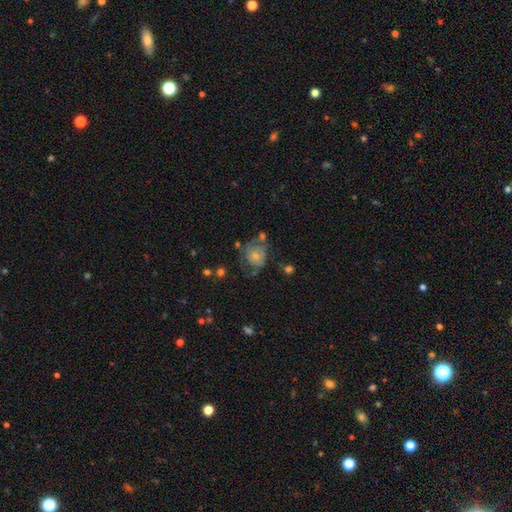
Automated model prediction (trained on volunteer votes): smooth-or-featured: smooth: 53% | featured or disk: 38% | star or artifact: 10%
  how-rounded: round: 58% | in between: 41% | cigar-shaped: 1%
  merging: none: 38% | minor disturbance: 27% | major disturbance: 23% | merger: 12%